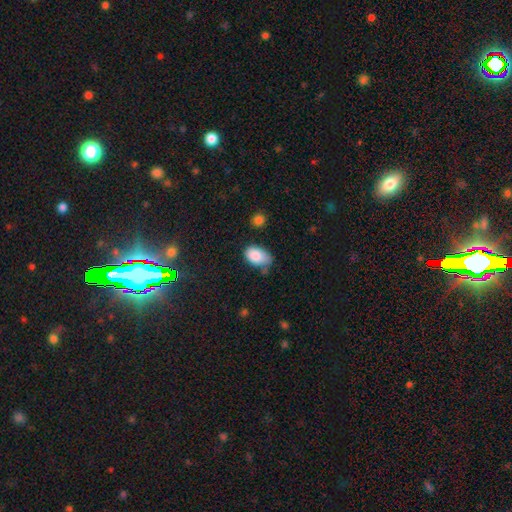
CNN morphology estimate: Smooth or featured: smooth — 86% (star or artifact — 7%)
How rounded: in between — 90% (round — 8%)
Merging: none — 46% (minor disturbance — 38%)